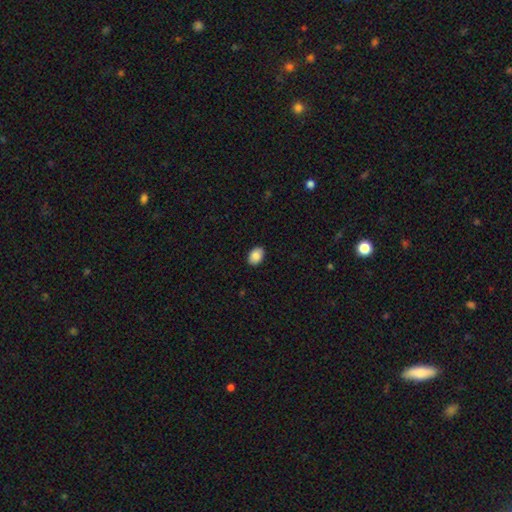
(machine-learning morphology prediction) smooth-or-featured: smooth: 87% | star or artifact: 7% | featured or disk: 6%
  how-rounded: in between: 80% | round: 19% | cigar-shaped: 1%
  merging: none: 90% | minor disturbance: 8% | major disturbance: 2% | merger: 1%